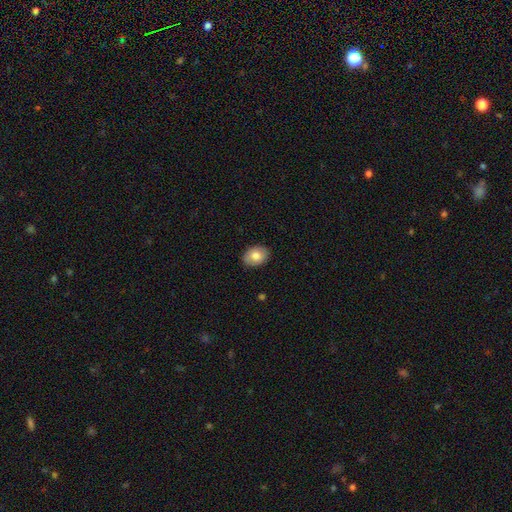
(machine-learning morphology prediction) Overall: smooth (81%). How rounded: in between (73%). Merging: none (87%).